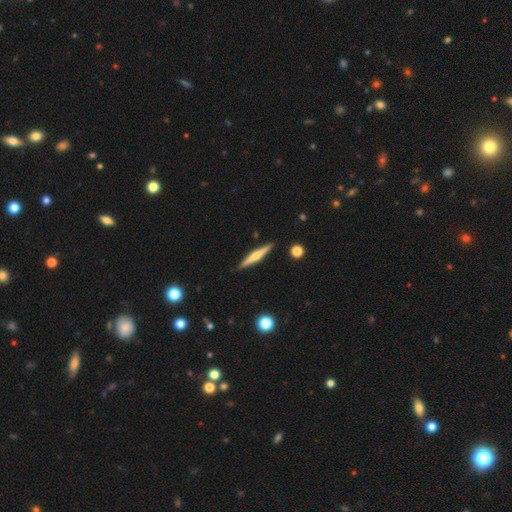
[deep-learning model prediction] This appears to be a featured or disk galaxy (60%) viewed edge-on (98%) with a rounded central bulge (76%). Merging: none (91%).